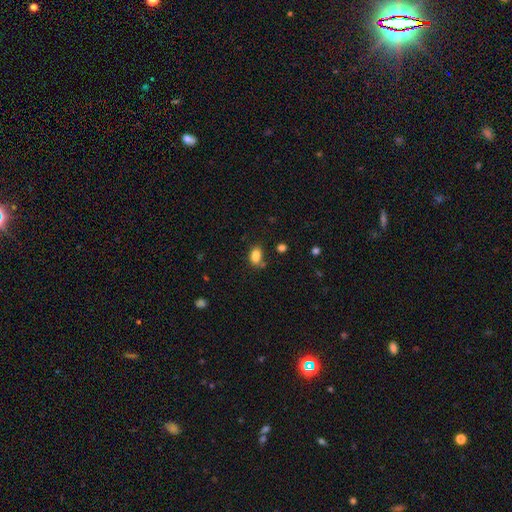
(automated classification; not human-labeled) smooth-or-featured: smooth: 82% | star or artifact: 11% | featured or disk: 7%
  how-rounded: in between: 81% | round: 17% | cigar-shaped: 2%
  merging: none: 52% | merger: 22% | minor disturbance: 19% | major disturbance: 7%